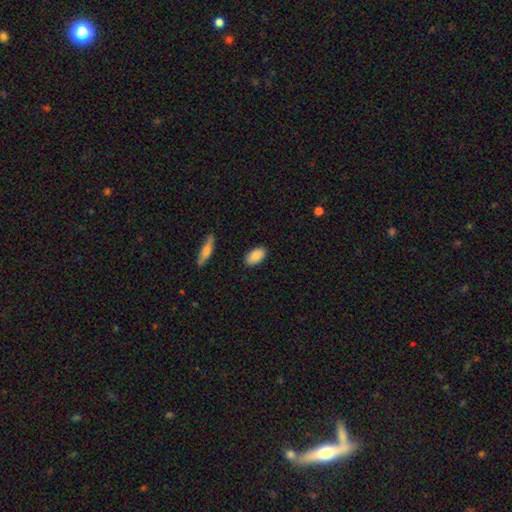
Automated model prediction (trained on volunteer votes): Smooth or featured? Predicted: smooth (p=0.87). How rounded? Predicted: in between (p=0.93). Merging? Predicted: none (p=0.87).